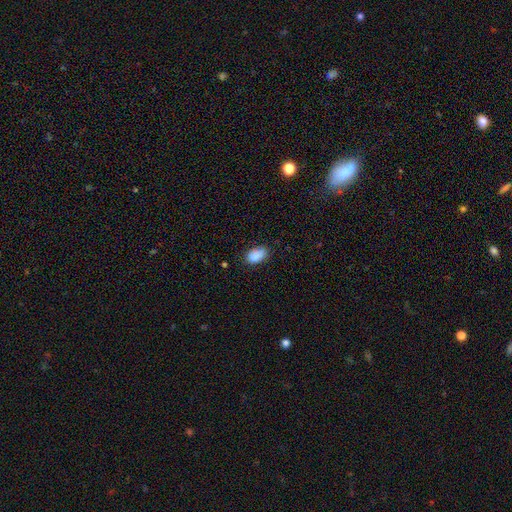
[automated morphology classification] type=smooth (87%); roundness=in between (91%); merging=none (70%).